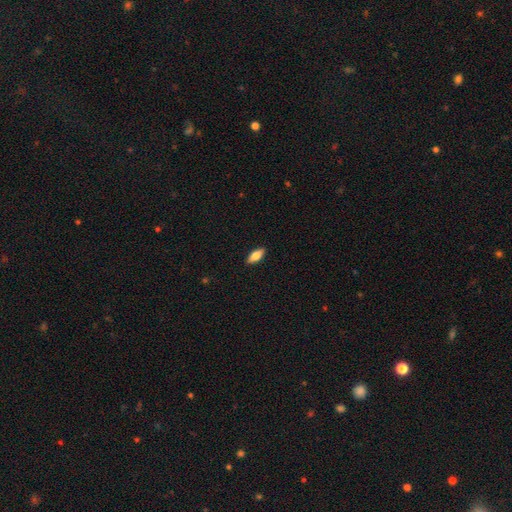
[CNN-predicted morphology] Q: Smooth or featured?
A: smooth (74%); runner-up: featured or disk (20%)
Q: How rounded?
A: in between (80%); runner-up: cigar-shaped (17%)
Q: Merging?
A: none (89%); runner-up: minor disturbance (8%)